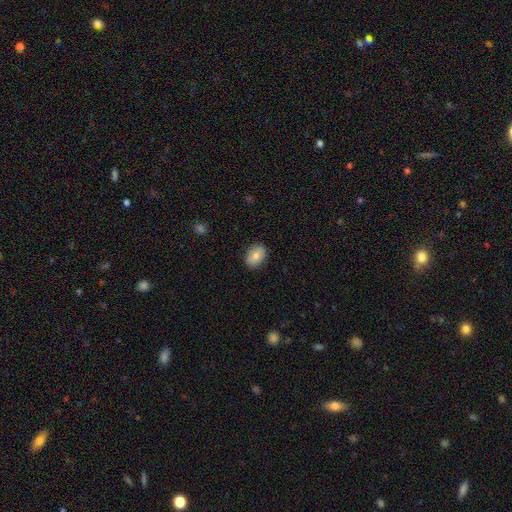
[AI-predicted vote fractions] This is likely a smooth galaxy (79%). How rounded: likely in between (76%). Merging: clearly none (88%).